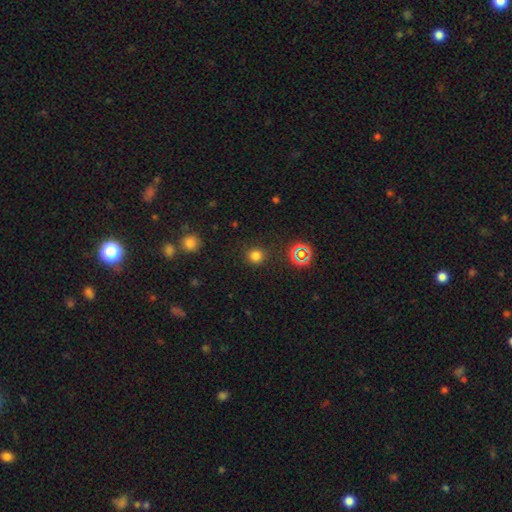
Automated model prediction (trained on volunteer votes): Morphology: type=smooth (76%); roundness=round (92%); merging=none (88%).